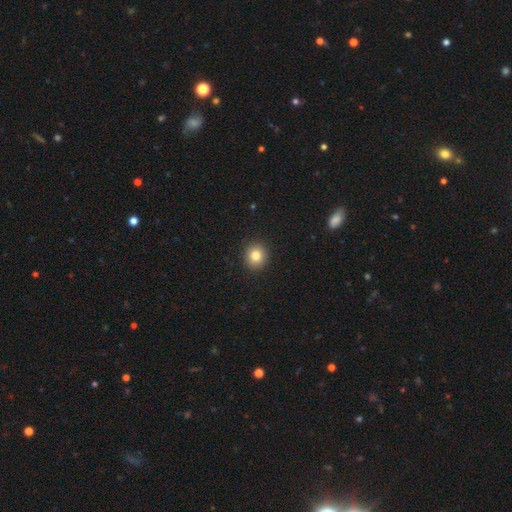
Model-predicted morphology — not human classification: Smooth or featured: smooth — 83% (star or artifact — 10%)
How rounded: round — 87% (in between — 12%)
Merging: none — 92% (minor disturbance — 5%)